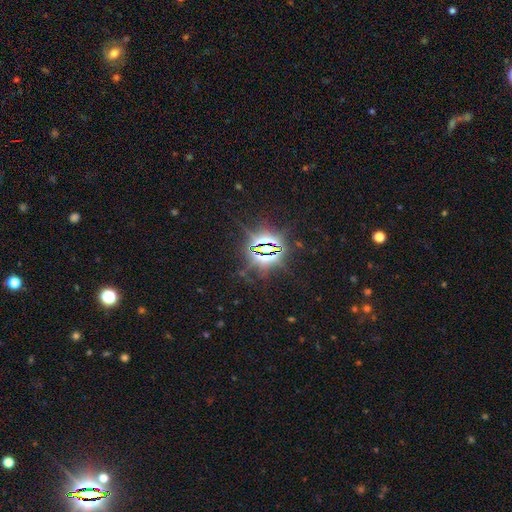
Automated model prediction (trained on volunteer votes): Smooth or featured: star or artifact — 84% (smooth — 9%)